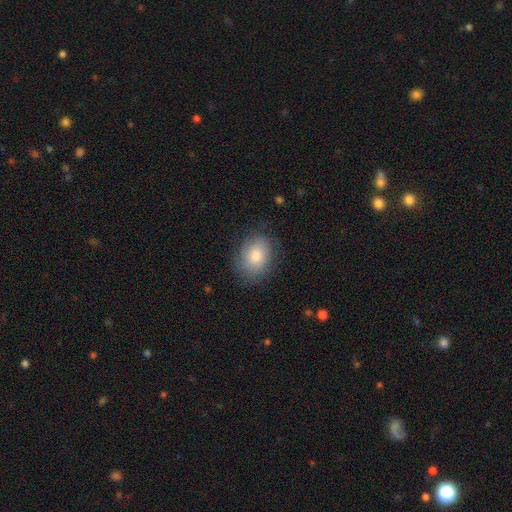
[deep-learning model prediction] Q: Smooth or featured?
A: smooth (76%); runner-up: featured or disk (16%)
Q: How rounded?
A: in between (64%); runner-up: round (35%)
Q: Merging?
A: none (76%); runner-up: minor disturbance (17%)